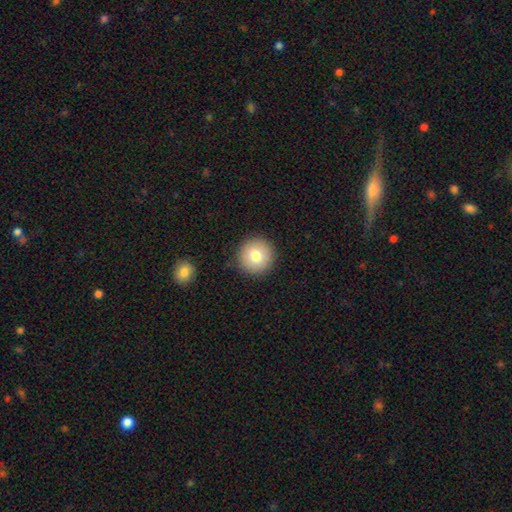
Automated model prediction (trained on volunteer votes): A smooth galaxy with no disk features (79%) that is round (96%). Merging: none (91%).